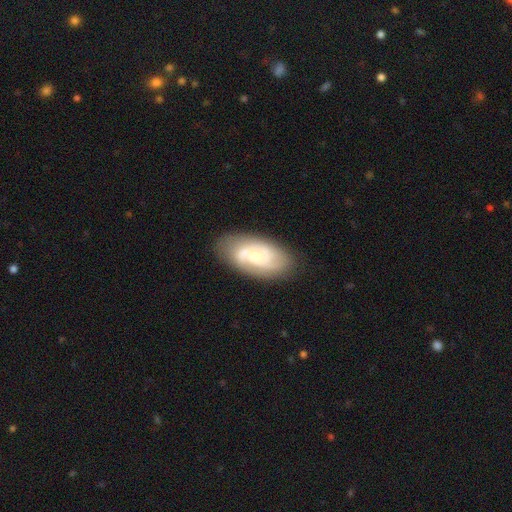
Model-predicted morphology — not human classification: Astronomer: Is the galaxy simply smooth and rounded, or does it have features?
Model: featured or disk — 72%.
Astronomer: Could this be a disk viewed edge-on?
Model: no — 96%.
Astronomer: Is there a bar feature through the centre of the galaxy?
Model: no — 64%.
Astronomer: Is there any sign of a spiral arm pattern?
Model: yes — 93%.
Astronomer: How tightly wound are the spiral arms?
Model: medium — 43% (runner-up: tight, 41%).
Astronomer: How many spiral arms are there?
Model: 2 — 41% (runner-up: can't tell, 25%).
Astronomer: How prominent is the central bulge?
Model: small — 59%.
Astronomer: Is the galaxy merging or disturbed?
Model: none — 78%.